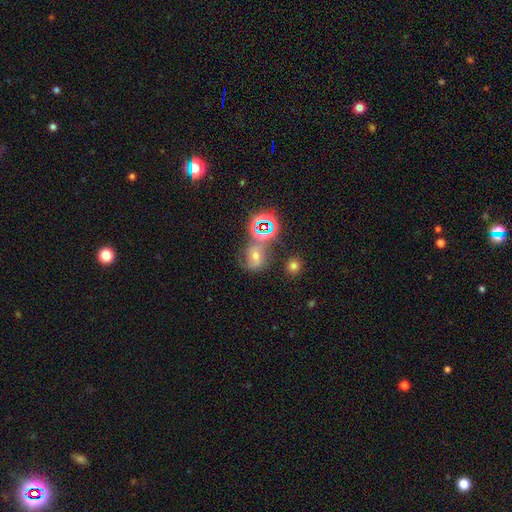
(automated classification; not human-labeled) Q: Smooth or featured?
A: star or artifact (37%); runner-up: featured or disk (34%)